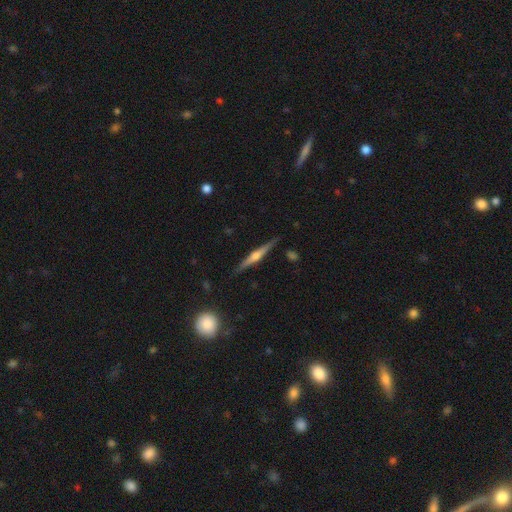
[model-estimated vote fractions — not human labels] smooth-or-featured: featured or disk: 74% | smooth: 20% | star or artifact: 6%
  disk-edge-on: yes: 98% | no: 2%
    edge-on-bulge: rounded: 88% | boxy: 6% | none: 6%
  merging: none: 88% | minor disturbance: 9% | major disturbance: 2% | merger: 2%